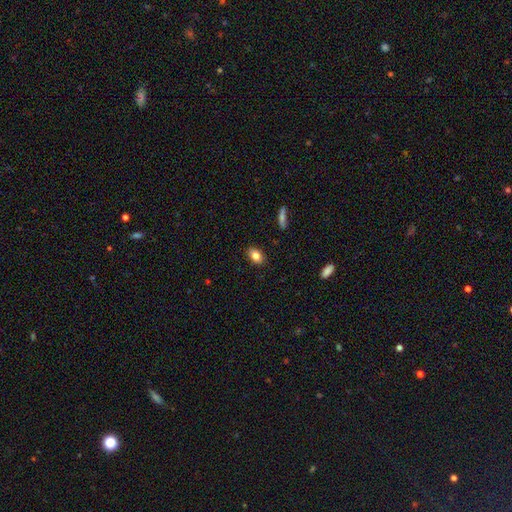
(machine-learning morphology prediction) Overall: smooth (82%). How rounded: in between (86%). Merging: none (88%).